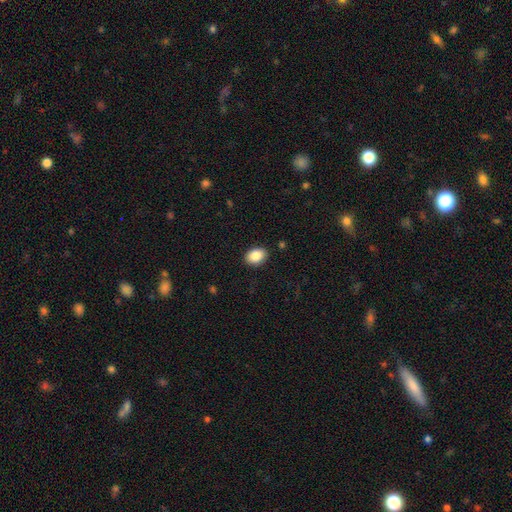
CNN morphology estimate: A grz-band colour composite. It shows a smooth galaxy with no disk features (86%) that is in between round and cigar-shaped (80%). Merging: none (89%).